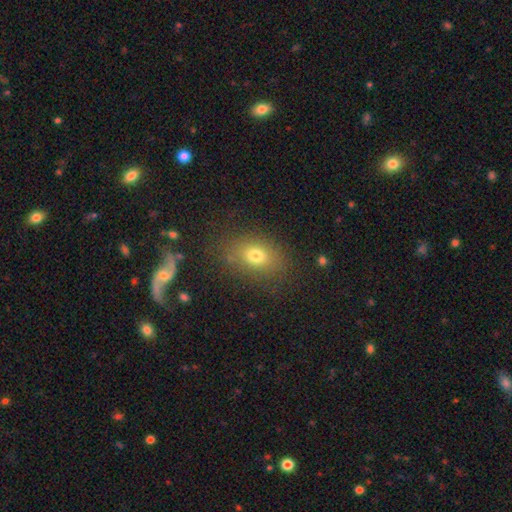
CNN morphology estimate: Q: Smooth or featured?
A: smooth (73%); runner-up: star or artifact (13%)
Q: How rounded?
A: in between (71%); runner-up: round (27%)
Q: Merging?
A: none (79%); runner-up: minor disturbance (13%)